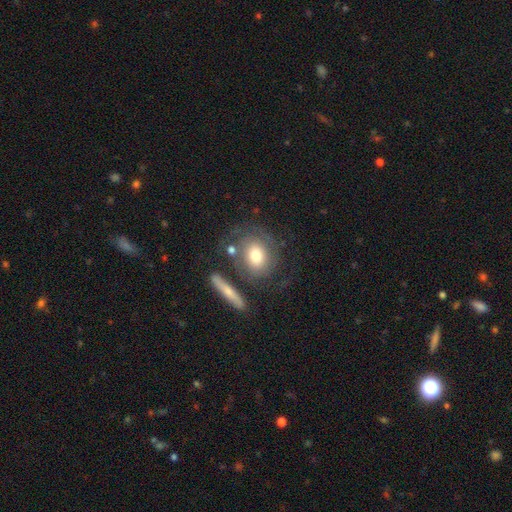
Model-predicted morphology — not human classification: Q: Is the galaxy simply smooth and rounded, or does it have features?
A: smooth — 50%.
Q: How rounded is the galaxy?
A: round — 55%.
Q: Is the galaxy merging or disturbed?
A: none — 62%.